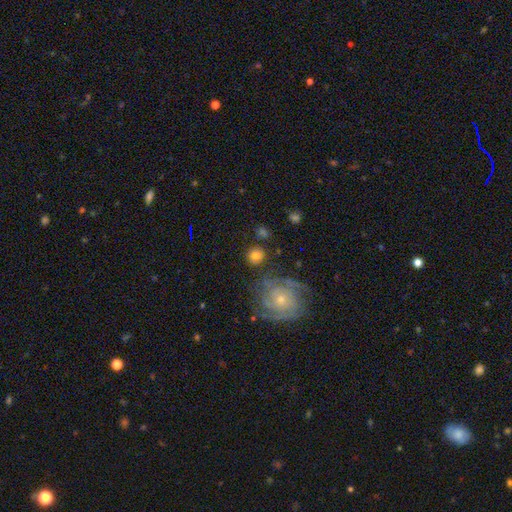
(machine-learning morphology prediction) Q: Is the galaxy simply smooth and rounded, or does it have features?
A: smooth — 69%.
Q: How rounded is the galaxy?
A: round — 89%.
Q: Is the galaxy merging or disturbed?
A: none — 79%.